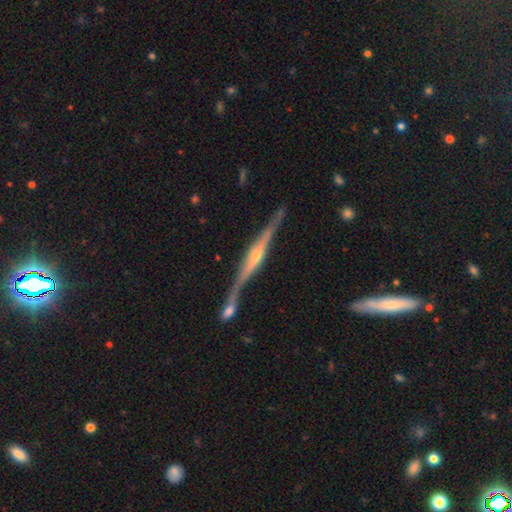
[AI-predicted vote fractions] A featured or disk galaxy (87%) viewed edge-on (96%) with a rounded central bulge (80%). Merging: none (72%).